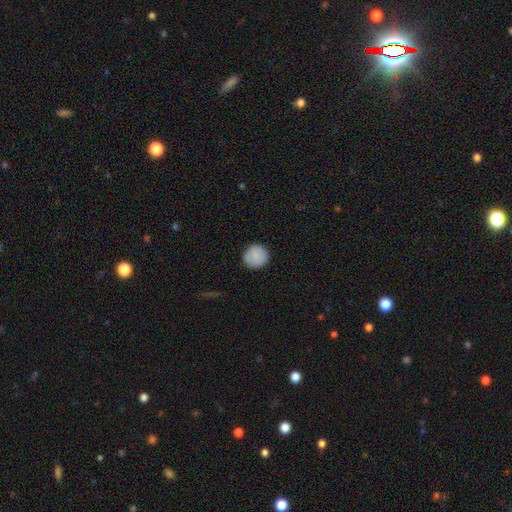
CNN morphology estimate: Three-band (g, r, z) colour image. It shows a smooth galaxy with no disk features (88%) that is round (93%). Merging: none (91%).